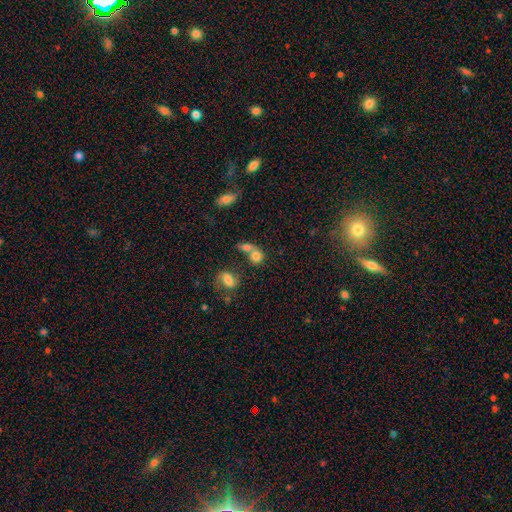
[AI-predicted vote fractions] Overall: smooth (77%). How rounded: round (69%; in between 29%). Merging: merger (49%; none 36%).